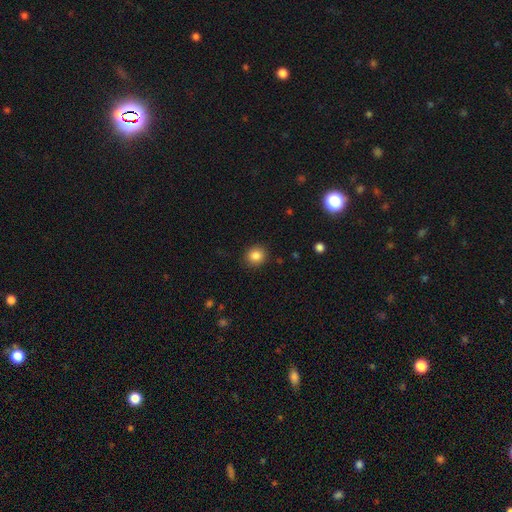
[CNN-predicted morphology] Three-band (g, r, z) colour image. It shows a smooth galaxy with no disk features (86%) that is round (83%). Merging: none (89%).